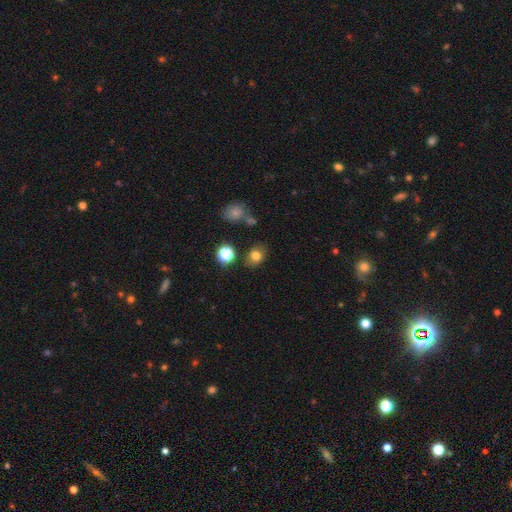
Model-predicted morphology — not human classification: Q: Smooth or featured?
A: smooth (77%); runner-up: star or artifact (15%)
Q: How rounded?
A: in between (51%); runner-up: round (48%)
Q: Merging?
A: none (77%); runner-up: minor disturbance (14%)